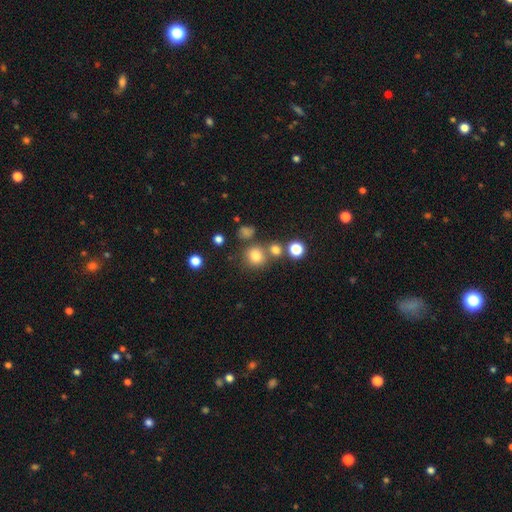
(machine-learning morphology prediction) Overall: smooth (77%). How rounded: round (87%). Merging: none (68%).